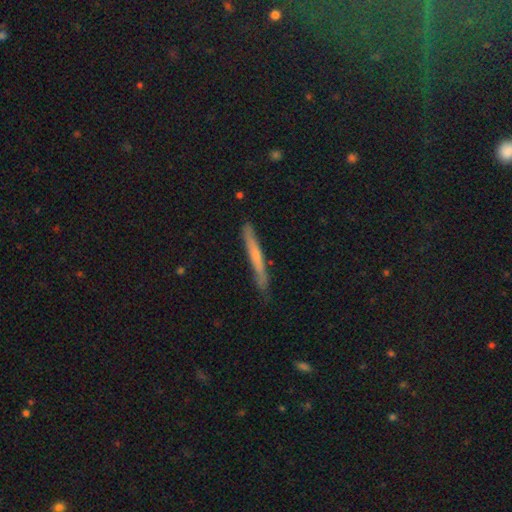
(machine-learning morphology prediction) This appears to be a smooth galaxy with no disk features (53%) that is cigar-shaped (96%). Merging: none (80%).